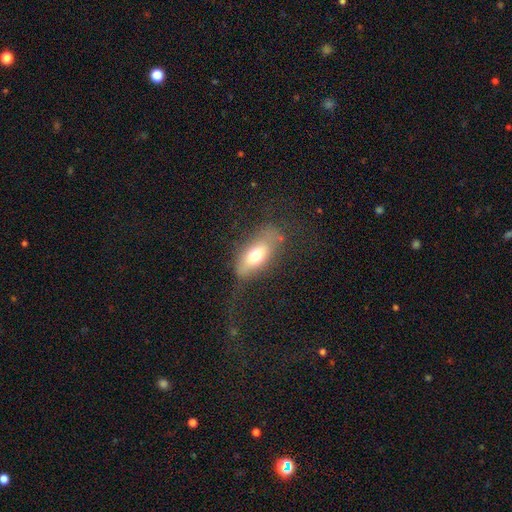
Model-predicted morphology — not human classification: smooth 64%, featured or disk 27%, star or artifact 8%. Down the decision tree: how rounded — in between (81%); merging — none (60%).